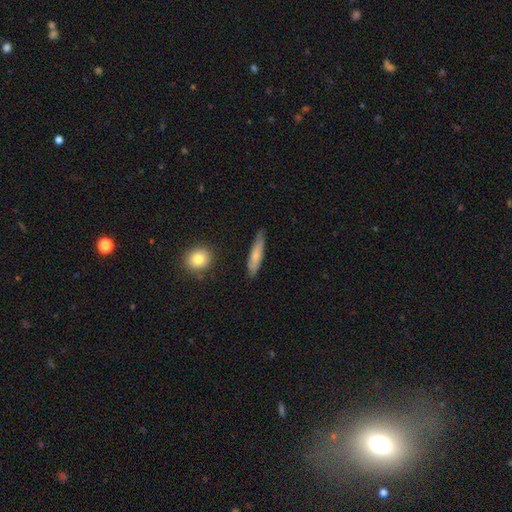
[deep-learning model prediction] Smooth or featured?
  - smooth: 70% *
  - featured or disk: 24%
  - star or artifact: 6%
How rounded?
  - cigar-shaped: 79% *
  - in between: 18%
  - round: 2%
Merging?
  - none: 81% *
  - minor disturbance: 15%
  - major disturbance: 2%
  - merger: 2%